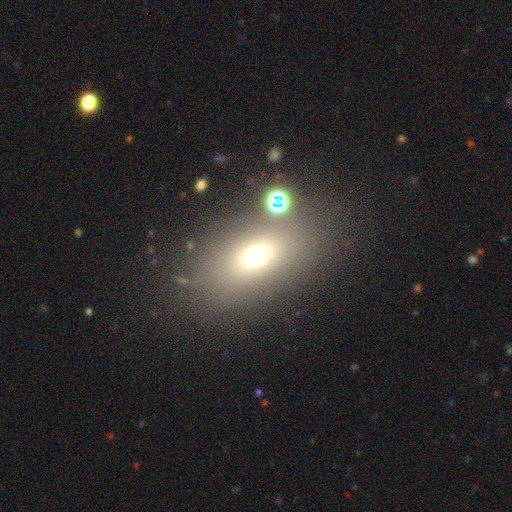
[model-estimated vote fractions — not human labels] This appears to be a smooth galaxy with no disk features (63%) that is in between round and cigar-shaped (71%). Merging: none (73%).